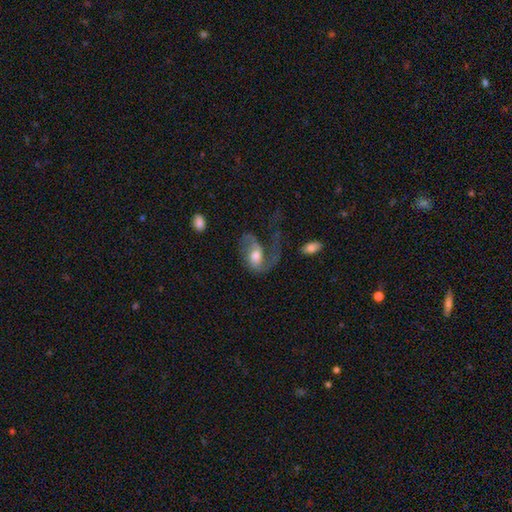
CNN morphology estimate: smooth_or_featured: featured or disk (p=0.70) [alt: smooth p=0.24]
disk_edge_on: no (p=0.97) [alt: yes p=0.03]
bar: no (p=0.49) [alt: weak p=0.39]
has_spiral_arms: yes (p=0.88) [alt: no p=0.12]
spiral_winding: loose (p=0.55) [alt: medium p=0.35]
spiral_arm_count: 2 (p=0.57) [alt: 1 p=0.35]
bulge_size: moderate (p=0.57) [alt: large p=0.26]
merging: major disturbance (p=0.52) [alt: none p=0.28]